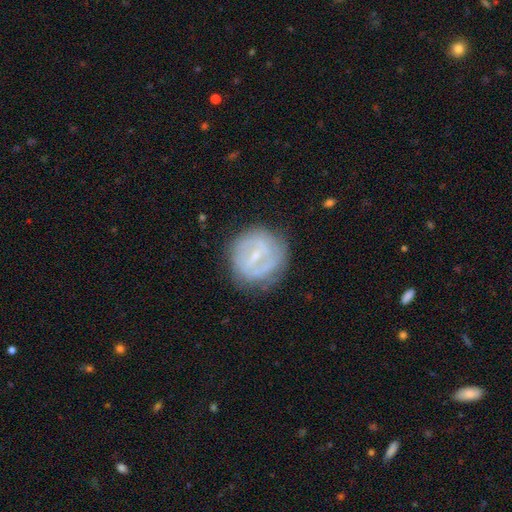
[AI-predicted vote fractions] This appears to be a featured or disk galaxy (67%) with a strong bar (44%), spiral arms (61%) and a small central bulge (68%). Merging: none (77%).